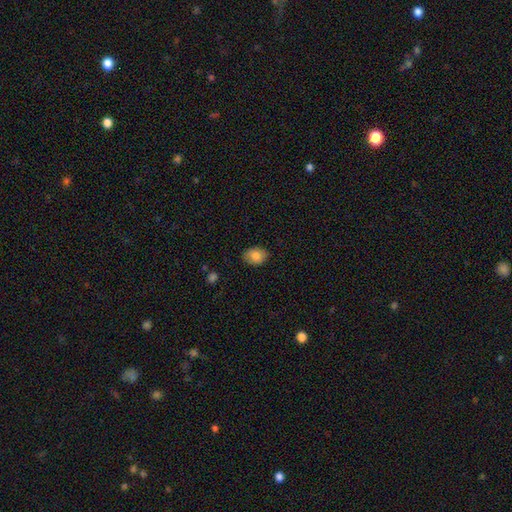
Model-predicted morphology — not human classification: Smooth or featured? Predicted: smooth (p=0.81). How rounded? Predicted: in between (p=0.67). Merging? Predicted: none (p=0.82).